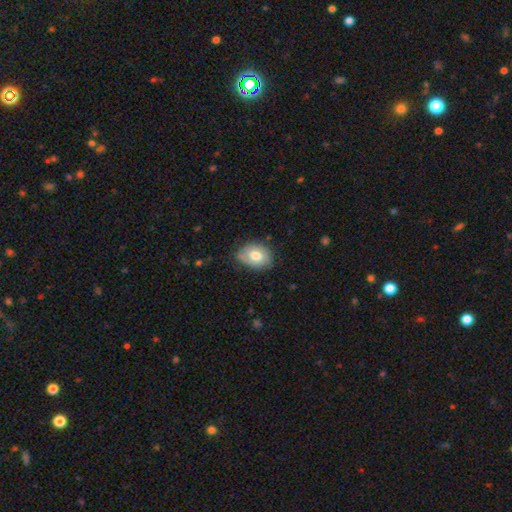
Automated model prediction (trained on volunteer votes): smooth_or_featured: smooth (p=0.66) [alt: featured or disk p=0.27]
how_rounded: in between (p=0.72) [alt: round p=0.27]
merging: none (p=0.66) [alt: minor disturbance p=0.27]